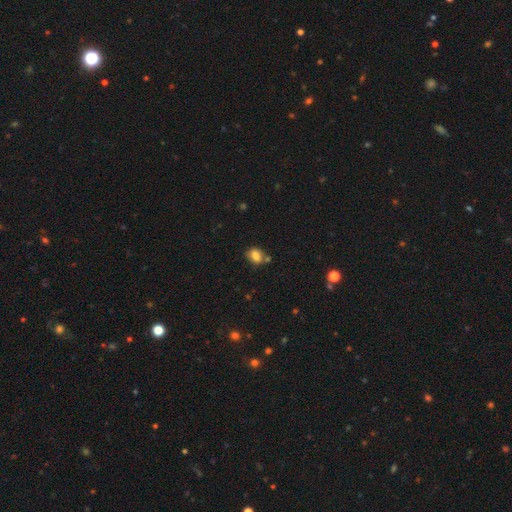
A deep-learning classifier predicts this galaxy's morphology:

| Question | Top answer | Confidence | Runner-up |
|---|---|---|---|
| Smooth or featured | smooth | 80% | star or artifact (11%) |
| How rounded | in between | 63% | round (36%) |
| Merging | none | 64% | merger (16%) |